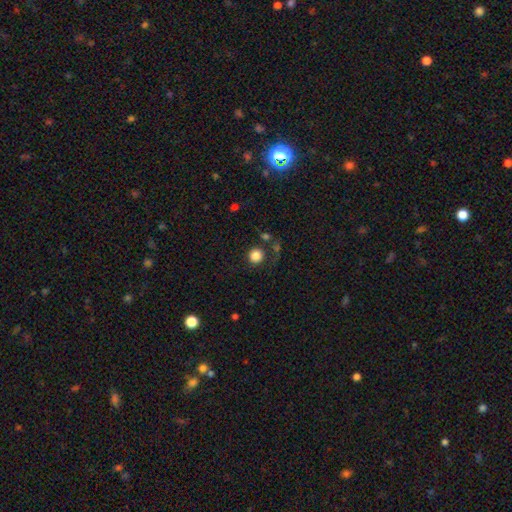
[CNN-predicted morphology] Smooth or featured? smooth (85%)
How rounded? round (93%)
Merging? none (78%)